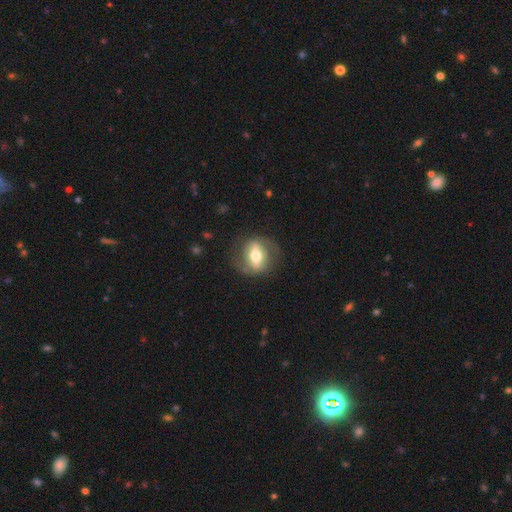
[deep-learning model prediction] Overall: featured or disk (57%; smooth 37%). Edge-on disk: no (79%). Merging: none (74%).